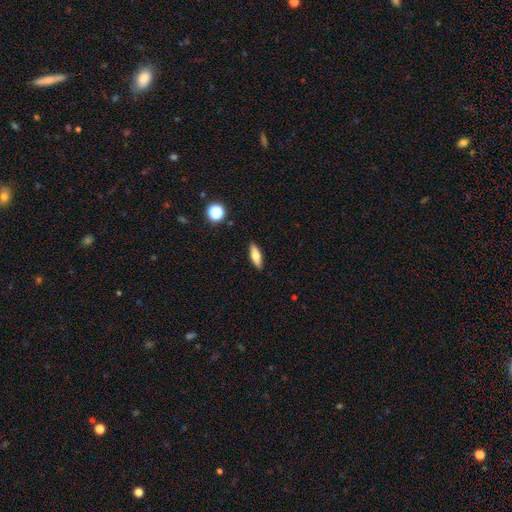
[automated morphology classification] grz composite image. It shows a smooth galaxy with no disk features (66%) that is in between round and cigar-shaped (56%). Merging: none (89%).